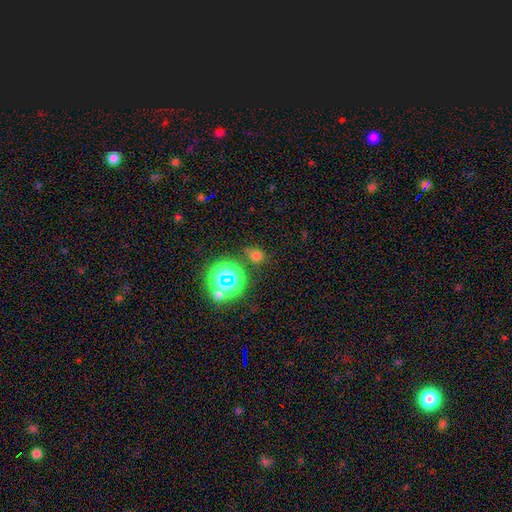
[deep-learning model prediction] smooth_or_featured: smooth (p=0.62) [alt: star or artifact p=0.31]
how_rounded: round (p=0.69) [alt: in between p=0.30]
merging: none (p=0.75) [alt: minor disturbance p=0.13]